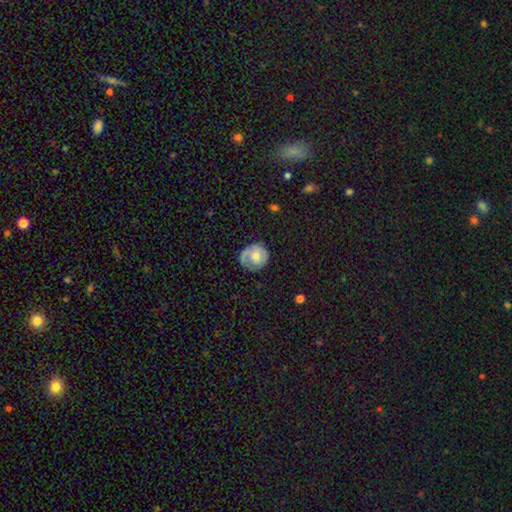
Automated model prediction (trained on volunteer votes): The model was most divided on "smooth or featured": smooth: 50%, featured or disk: 42%, star or artifact: 7%. More confident: how rounded — round (83%); merging — none (68%).